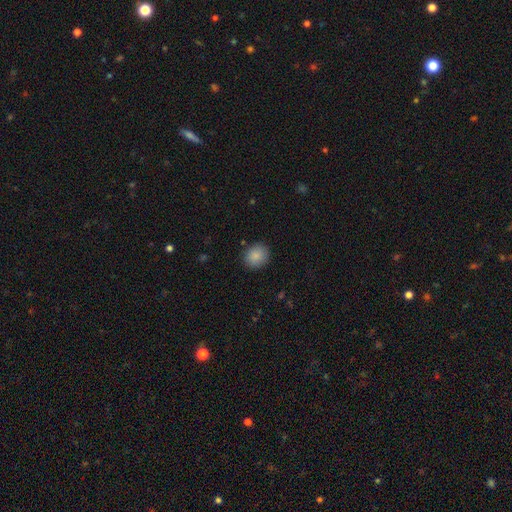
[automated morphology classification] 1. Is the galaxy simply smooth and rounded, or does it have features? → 87% smooth, 8% star or artifact, 4% featured or disk.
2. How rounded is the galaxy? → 75% round, 24% in between, 1% cigar-shaped.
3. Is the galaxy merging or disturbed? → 88% none, 9% minor disturbance, 2% major disturbance, 1% merger.